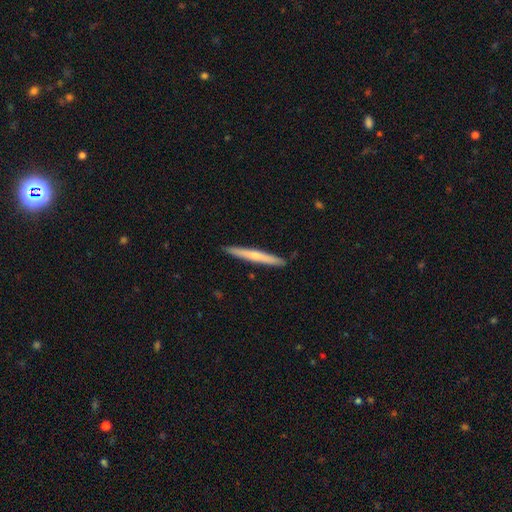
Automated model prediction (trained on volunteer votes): smooth_or_featured: smooth (p=0.50) [alt: featured or disk p=0.45]
merging: none (p=0.92) [alt: minor disturbance p=0.06]